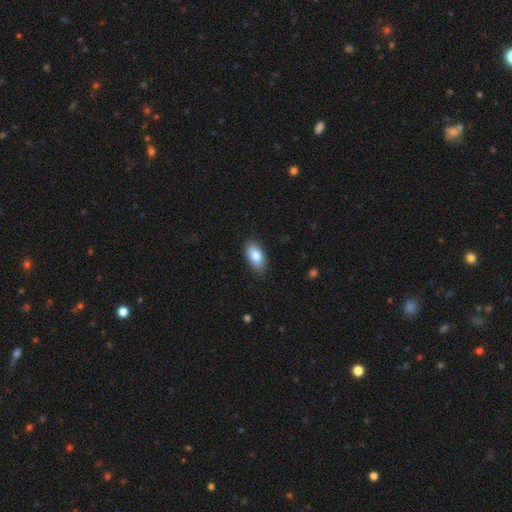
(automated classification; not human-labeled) Smooth or featured? smooth (83%)
How rounded? in between (92%)
Merging? none (86%)